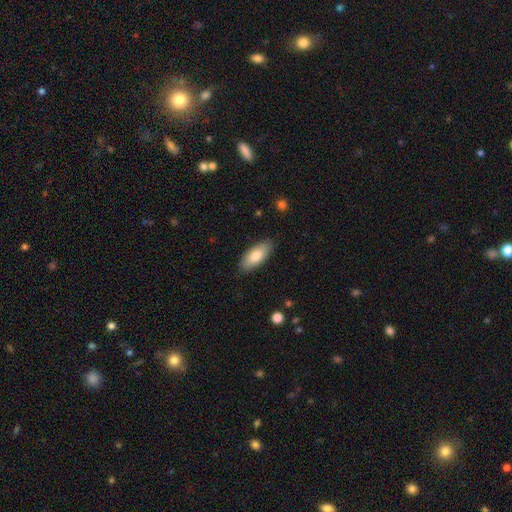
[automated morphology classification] Smooth or featured?
  - smooth: 80% *
  - featured or disk: 15%
  - star or artifact: 6%
How rounded?
  - in between: 84% *
  - cigar-shaped: 14%
  - round: 2%
Merging?
  - none: 88% *
  - minor disturbance: 9%
  - major disturbance: 2%
  - merger: 1%